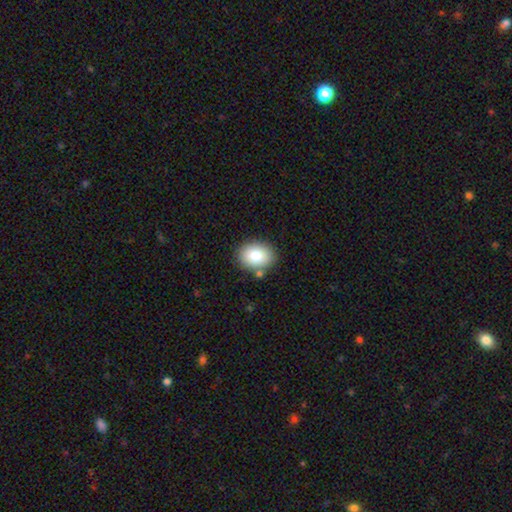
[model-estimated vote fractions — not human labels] Smooth or featured: smooth — 81% (featured or disk — 10%)
How rounded: in between — 60% (round — 39%)
Merging: none — 81% (minor disturbance — 11%)